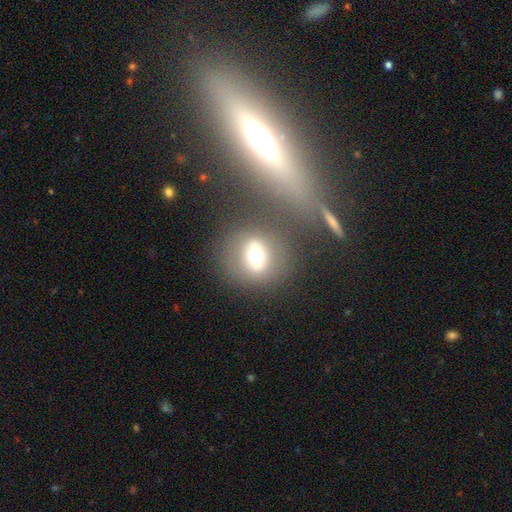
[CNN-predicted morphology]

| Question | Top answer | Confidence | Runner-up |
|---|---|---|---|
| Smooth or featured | smooth | 57% | featured or disk (31%) |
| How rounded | round | 57% | in between (40%) |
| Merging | none | 75% | minor disturbance (11%) |